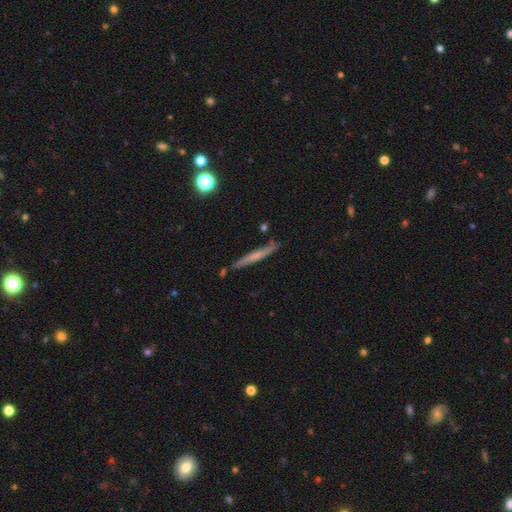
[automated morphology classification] type=smooth (47%); merging=none (84%).